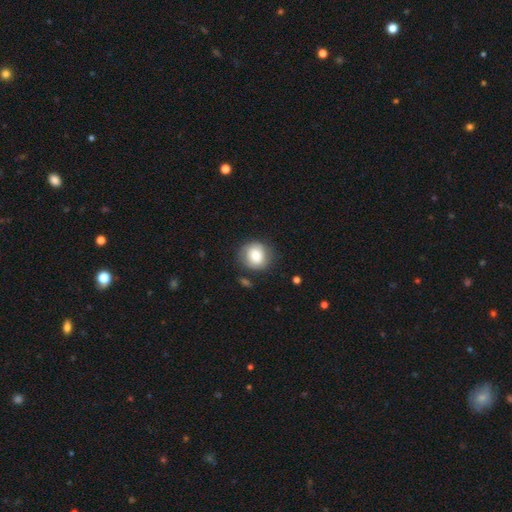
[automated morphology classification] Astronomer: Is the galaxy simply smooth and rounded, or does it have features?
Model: smooth — 75%.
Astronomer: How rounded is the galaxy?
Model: round — 86%.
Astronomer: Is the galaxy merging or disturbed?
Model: none — 77%.